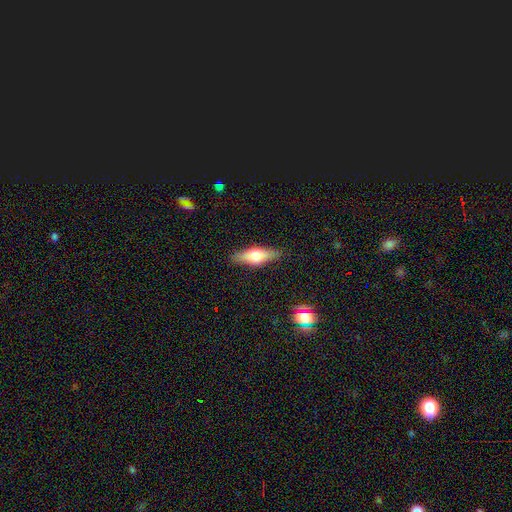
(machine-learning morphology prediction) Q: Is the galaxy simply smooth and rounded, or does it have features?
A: smooth — 54%.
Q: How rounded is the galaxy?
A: in between — 54%.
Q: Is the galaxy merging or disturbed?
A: none — 86%.